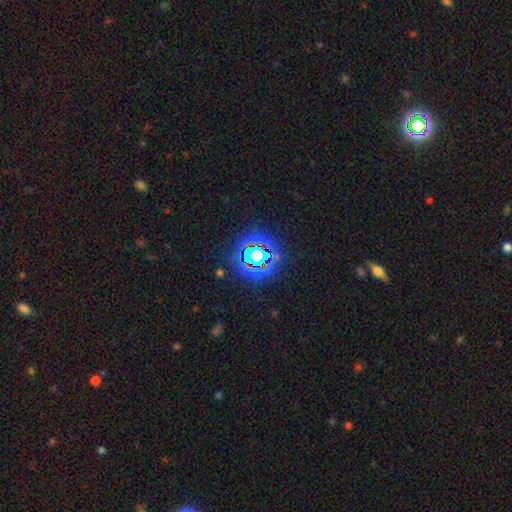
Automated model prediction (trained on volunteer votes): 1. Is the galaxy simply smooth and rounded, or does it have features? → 68% star or artifact, 19% smooth, 13% featured or disk.